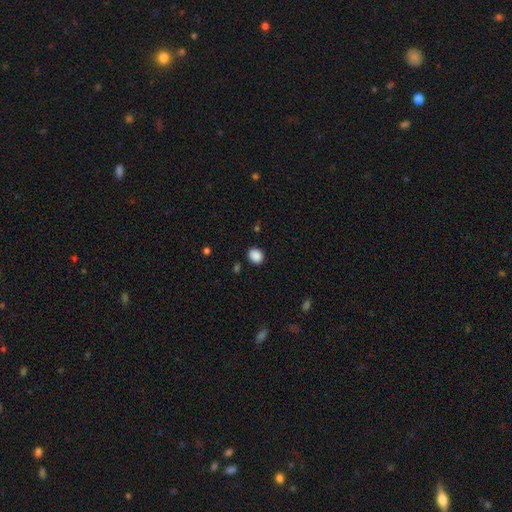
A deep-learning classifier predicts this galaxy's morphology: Smooth or featured?
  - smooth: 88% *
  - star or artifact: 9%
  - featured or disk: 3%
How rounded?
  - round: 70% *
  - in between: 29%
  - cigar-shaped: 1%
Merging?
  - none: 87% *
  - minor disturbance: 9%
  - major disturbance: 3%
  - merger: 2%